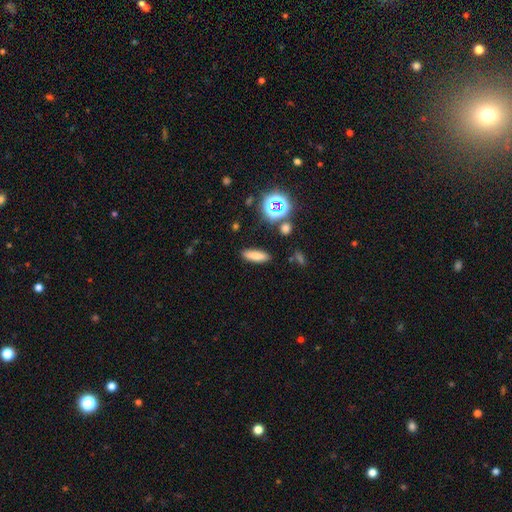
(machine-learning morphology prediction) Smooth or featured? Predicted: smooth (p=0.77). How rounded? Predicted: cigar-shaped (p=0.54). Merging? Predicted: none (p=0.87).